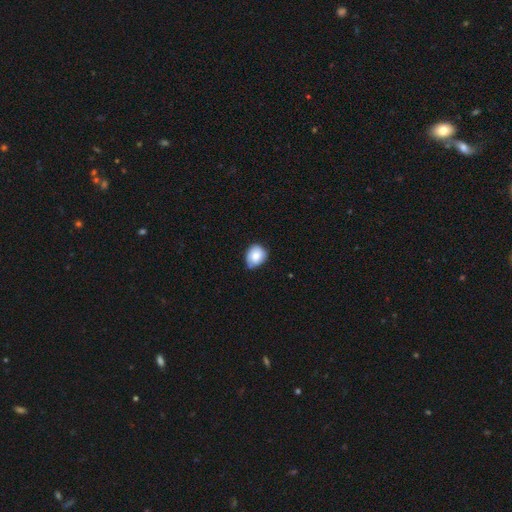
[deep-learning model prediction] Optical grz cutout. It shows a smooth galaxy with no disk features (81%) that is round (65%). Merging: none (59%).